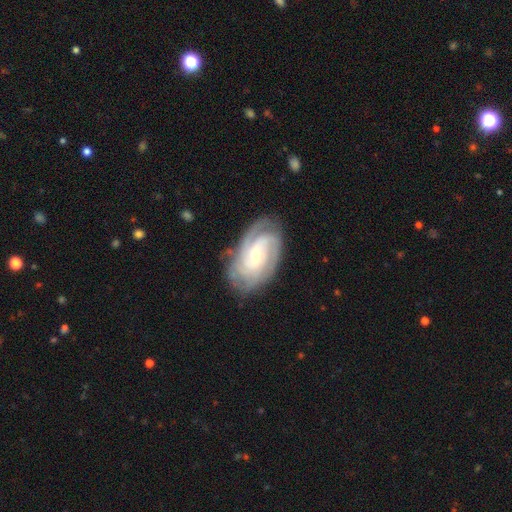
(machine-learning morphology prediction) A featured or disk galaxy (87%) with a weak bar (45%), 3 (29%) tight (65%) spiral arms (97%) and a small central bulge (53%).

Vote fractions:
- Smooth or featured? featured or disk: 87% / smooth: 8% / star or artifact: 5%
- Edge-on disk? no: 96% / yes: 4%
- Bar? weak: 45% / no: 40% / strong: 15%
- Spiral arms? yes: 97% / no: 3%
- Spiral winding? tight: 65% / medium: 30% / loose: 6%
- Spiral arm count? 3: 29% / can't tell: 25% / 2: 20% / 4: 16% / more than 4: 6% / 1: 5%
- Bulge size? small: 53% / moderate: 43% / large: 2% / none: 1% / dominant: 1%
- Merging? none: 78% / minor disturbance: 16% / major disturbance: 5% / merger: 1%